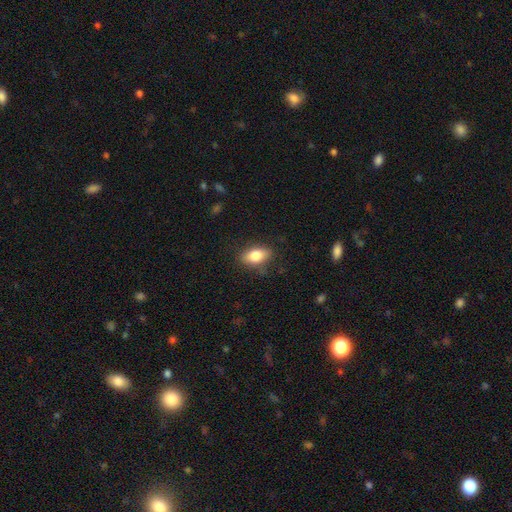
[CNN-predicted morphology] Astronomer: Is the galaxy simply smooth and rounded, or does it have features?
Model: smooth — 80%.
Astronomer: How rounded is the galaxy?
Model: in between — 85%.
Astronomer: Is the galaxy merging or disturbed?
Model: none — 82%.